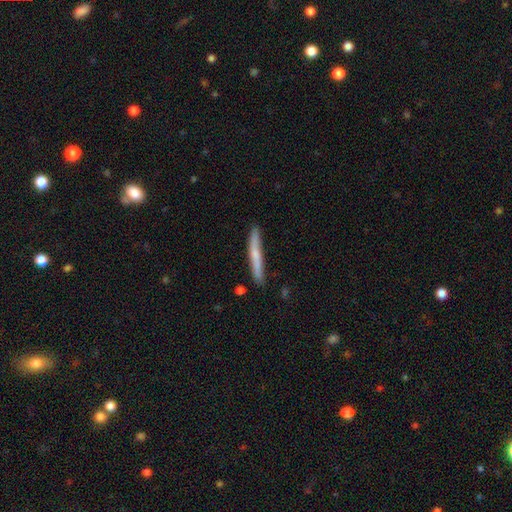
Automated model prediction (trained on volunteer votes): Q: Smooth or featured?
A: smooth (55%); runner-up: featured or disk (39%)
Q: How rounded?
A: cigar-shaped (96%); runner-up: in between (3%)
Q: Merging?
A: none (84%); runner-up: minor disturbance (12%)